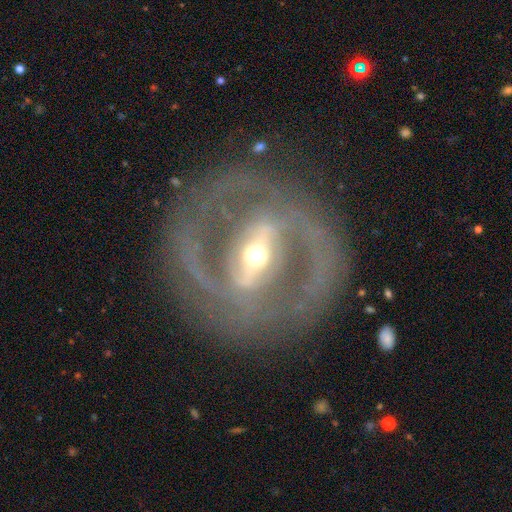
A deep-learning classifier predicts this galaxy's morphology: featured or disk 90%, smooth 5%, star or artifact 5%. Down the decision tree: edge-on disk — no (94%); bar — strong (72%); spiral arms — yes (88%); spiral arm count — 2 (79%); spiral winding — medium (47%); bulge size — moderate (60%); merging — none (76%).